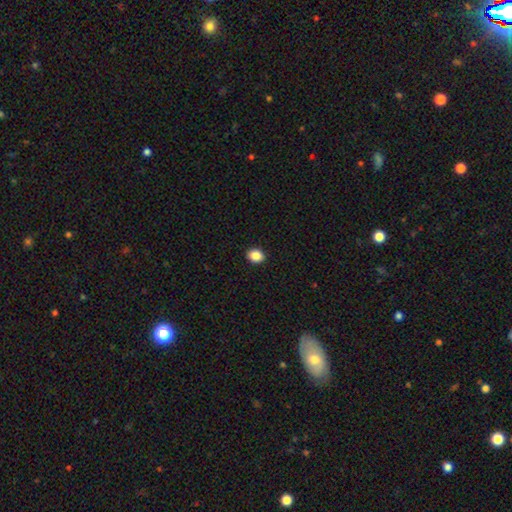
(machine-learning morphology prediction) A smooth galaxy with no disk features (87%) that is round (57%).

Vote fractions:
- Smooth or featured? smooth: 87% / star or artifact: 10% / featured or disk: 4%
- How rounded? round: 57% / in between: 42% / cigar-shaped: 1%
- Merging? none: 92% / minor disturbance: 6% / major disturbance: 2% / merger: 1%